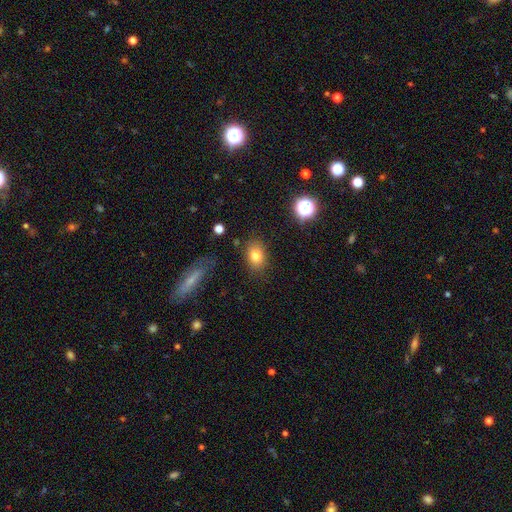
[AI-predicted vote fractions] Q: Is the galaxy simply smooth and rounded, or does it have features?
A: smooth — 78%.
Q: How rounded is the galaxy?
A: in between — 71%.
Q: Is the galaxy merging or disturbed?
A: none — 82%.